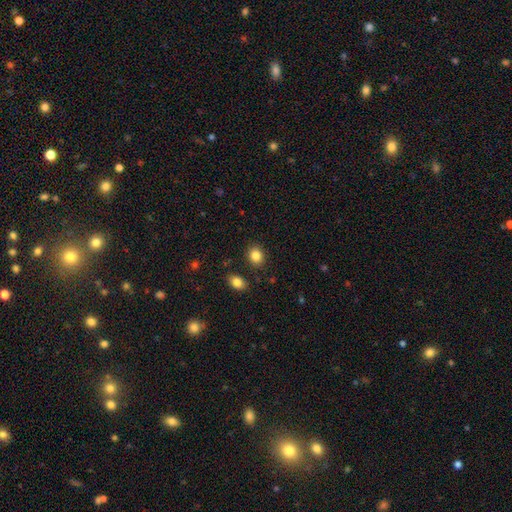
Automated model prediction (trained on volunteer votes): Smooth or featured? Predicted: smooth (p=0.85). How rounded? Predicted: round (p=0.54). Merging? Predicted: none (p=0.86).